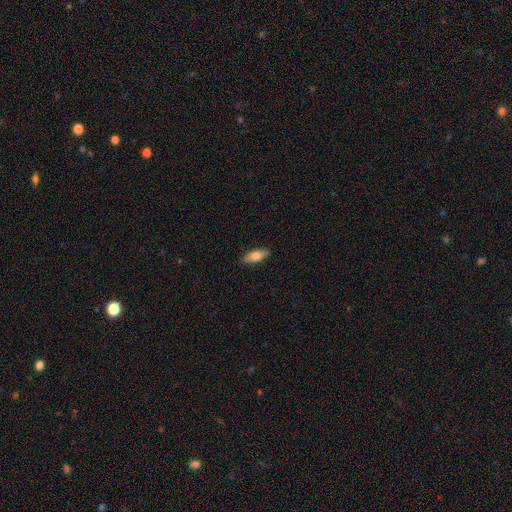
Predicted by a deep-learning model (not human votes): Smooth or featured? Predicted: smooth (p=0.76). How rounded? Predicted: in between (p=0.73). Merging? Predicted: none (p=0.85).